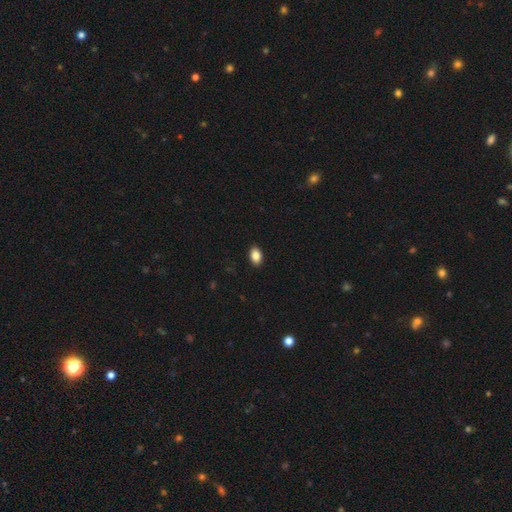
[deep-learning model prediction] Q: Smooth or featured?
A: smooth (87%); runner-up: star or artifact (8%)
Q: How rounded?
A: in between (88%); runner-up: round (10%)
Q: Merging?
A: none (90%); runner-up: minor disturbance (7%)